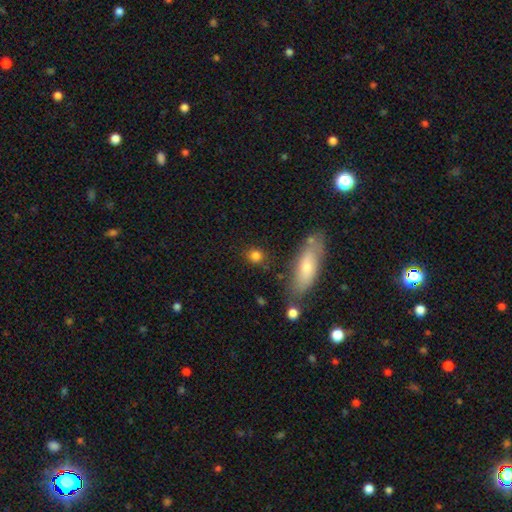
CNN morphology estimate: smooth-or-featured: smooth: 81% | star or artifact: 11% | featured or disk: 8%
  how-rounded: round: 77% | in between: 20% | cigar-shaped: 4%
  merging: none: 79% | minor disturbance: 11% | merger: 7% | major disturbance: 4%